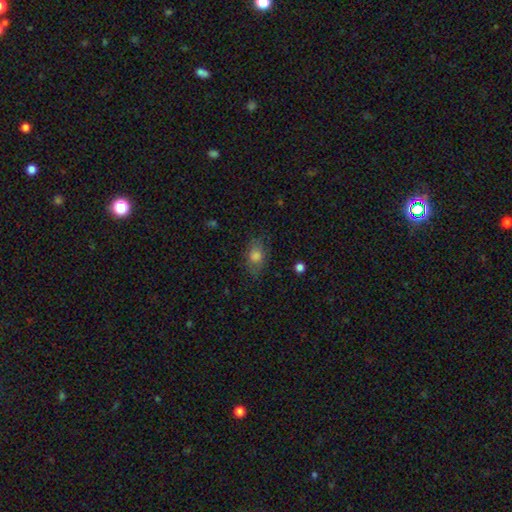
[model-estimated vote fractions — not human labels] The model was most divided on "how rounded": in between: 77%, round: 21%, cigar-shaped: 3%. More confident: merging — none (78%); smooth or featured — smooth (73%).